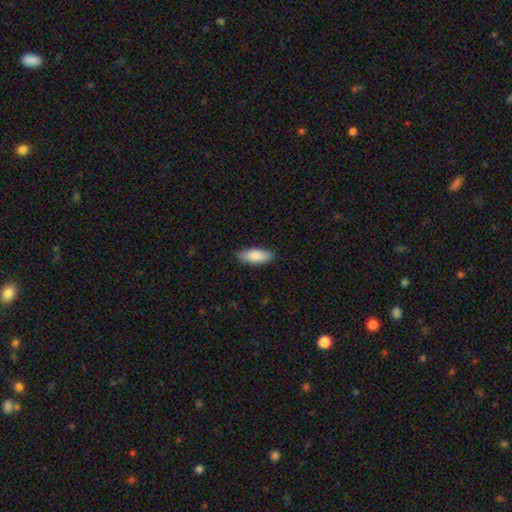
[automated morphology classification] This appears to be a smooth galaxy with no disk features (87%) that is in between round and cigar-shaped (81%). Merging: none (87%).